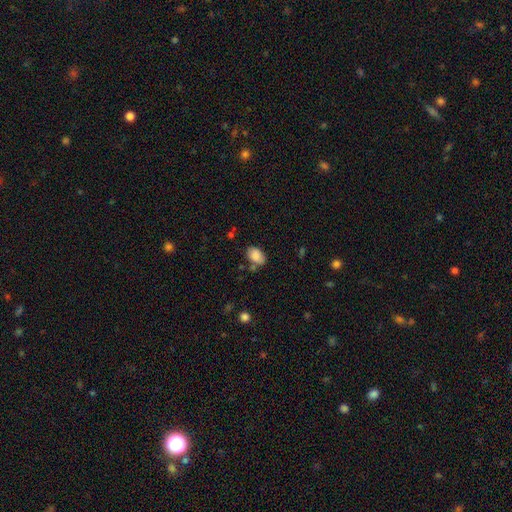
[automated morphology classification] A smooth galaxy with no disk features (85%) that is in between round and cigar-shaped (89%).

Vote fractions:
- Smooth or featured? smooth: 85% / star or artifact: 8% / featured or disk: 7%
- How rounded? in between: 89% / round: 10% / cigar-shaped: 1%
- Merging? none: 66% / minor disturbance: 21% / merger: 9% / major disturbance: 5%